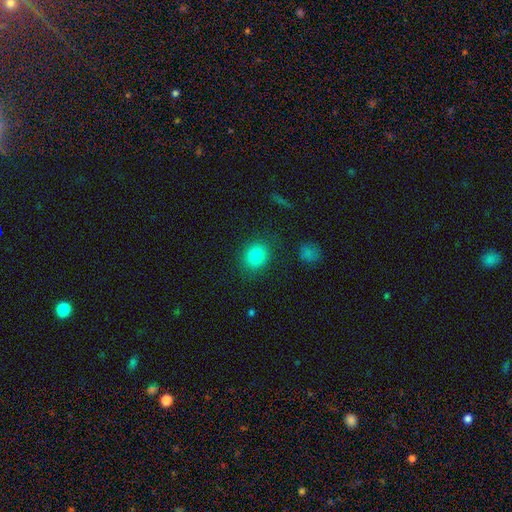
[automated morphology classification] Smooth or featured? Predicted: smooth (p=0.83). How rounded? Predicted: round (p=0.60). Merging? Predicted: none (p=0.82).